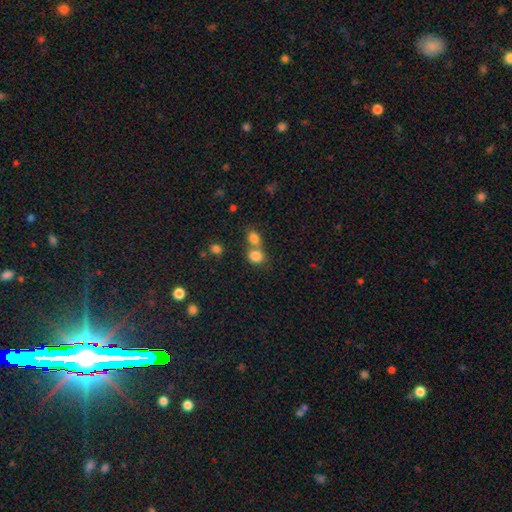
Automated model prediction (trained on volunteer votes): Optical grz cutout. It shows a smooth galaxy with no disk features (82%) that is round (69%). Merging: merger (48%).